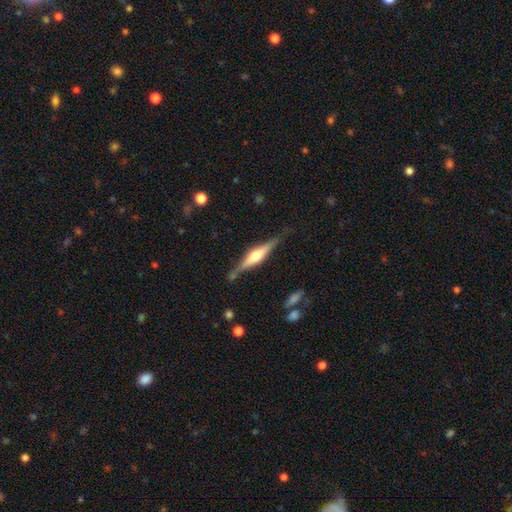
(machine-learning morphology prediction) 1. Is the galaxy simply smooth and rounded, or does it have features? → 73% featured or disk, 22% smooth, 5% star or artifact.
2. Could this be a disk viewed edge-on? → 97% yes, 3% no.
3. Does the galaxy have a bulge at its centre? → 84% rounded, 13% boxy, 3% none.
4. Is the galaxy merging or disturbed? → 81% none, 13% minor disturbance, 3% major disturbance, 3% merger.